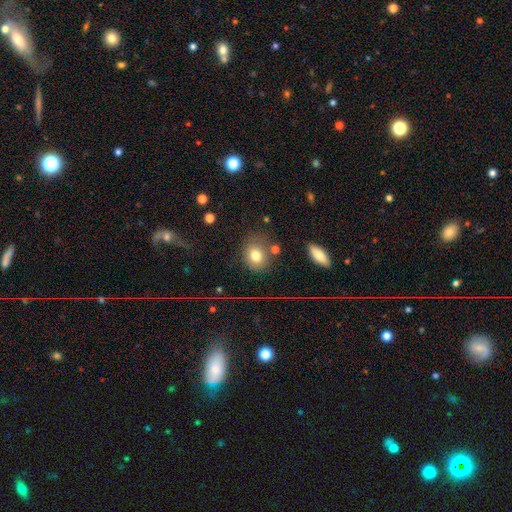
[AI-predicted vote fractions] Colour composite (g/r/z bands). It shows a smooth galaxy with no disk features (77%) that is round (58%). Merging: none (68%).